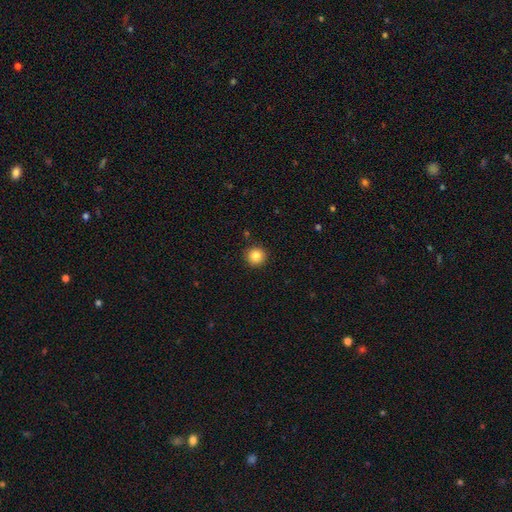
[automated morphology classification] Q: Smooth or featured?
A: smooth (86%); runner-up: star or artifact (10%)
Q: How rounded?
A: round (94%); runner-up: in between (5%)
Q: Merging?
A: none (92%); runner-up: minor disturbance (5%)